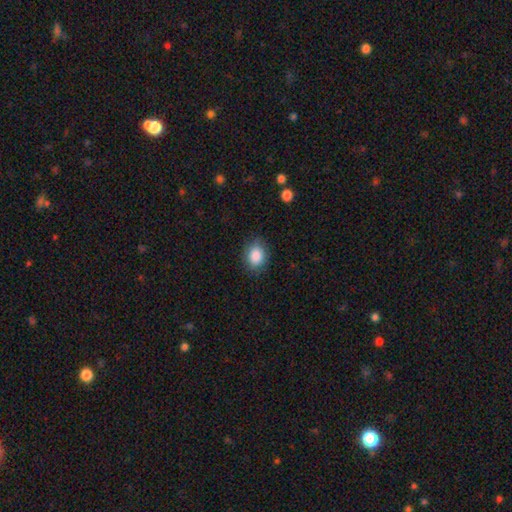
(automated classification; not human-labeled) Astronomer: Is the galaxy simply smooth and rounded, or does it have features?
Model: smooth — 87%.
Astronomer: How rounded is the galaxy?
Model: in between — 61% (runner-up: round, 38%).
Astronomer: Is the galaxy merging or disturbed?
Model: none — 83%.